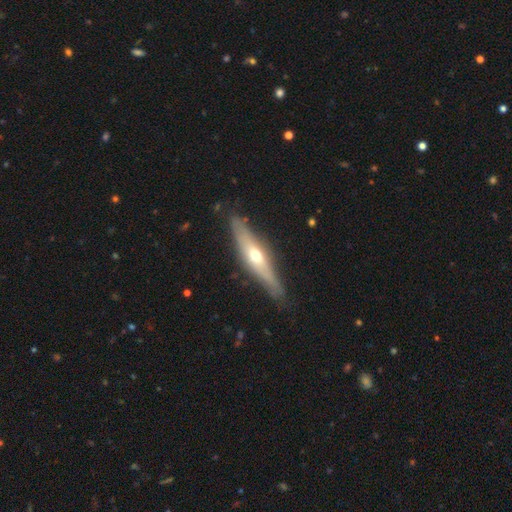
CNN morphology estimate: The model was most divided on "smooth or featured": featured or disk: 60%, smooth: 35%, star or artifact: 6%. More confident: edge-on bulge — rounded (88%); edge-on disk — yes (85%); merging — none (83%).